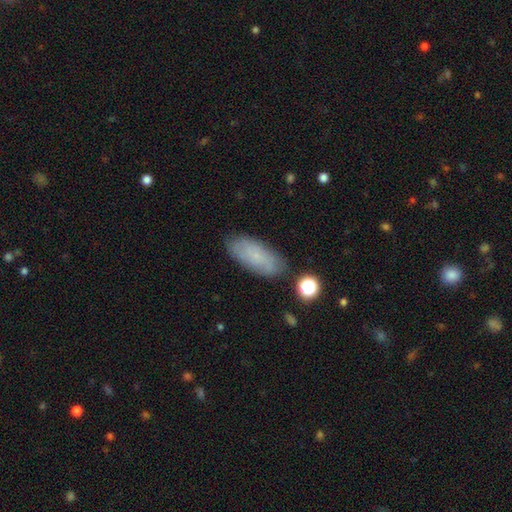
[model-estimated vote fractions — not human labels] The model was most divided on "smooth or featured": smooth: 70%, featured or disk: 22%, star or artifact: 8%. More confident: how rounded — in between (84%); merging — none (80%).